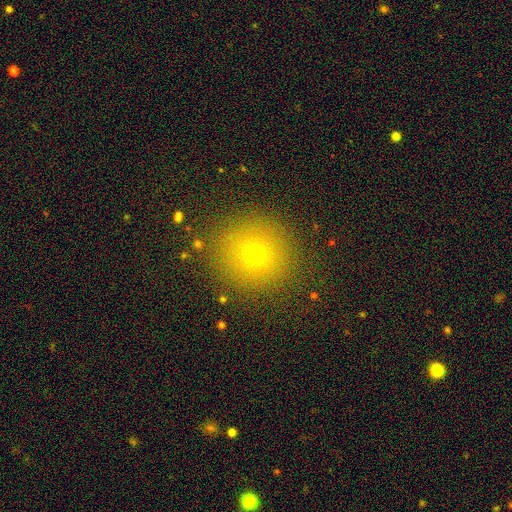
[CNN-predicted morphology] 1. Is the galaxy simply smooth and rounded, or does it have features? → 67% smooth, 21% star or artifact, 12% featured or disk.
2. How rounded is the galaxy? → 91% round, 8% in between, 1% cigar-shaped.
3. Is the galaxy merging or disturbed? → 88% none, 7% minor disturbance, 3% major disturbance, 1% merger.